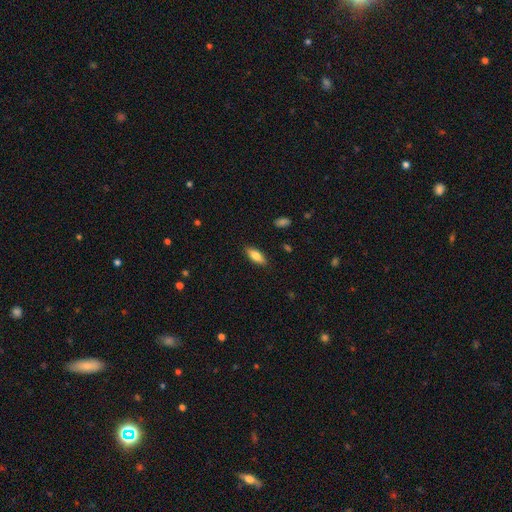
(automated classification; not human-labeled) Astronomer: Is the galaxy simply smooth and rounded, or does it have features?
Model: smooth — 72%.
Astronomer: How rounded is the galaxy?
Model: in between — 68%.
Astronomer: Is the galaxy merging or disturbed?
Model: none — 88%.